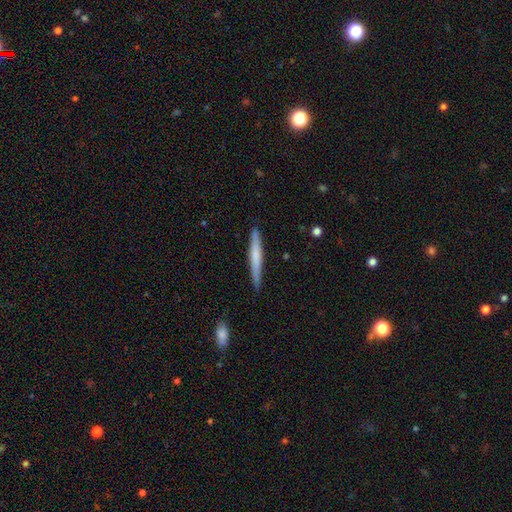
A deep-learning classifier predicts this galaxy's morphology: Smooth or featured: smooth — 57% (featured or disk — 37%)
How rounded: cigar-shaped — 96% (in between — 3%)
Merging: none — 87% (minor disturbance — 10%)